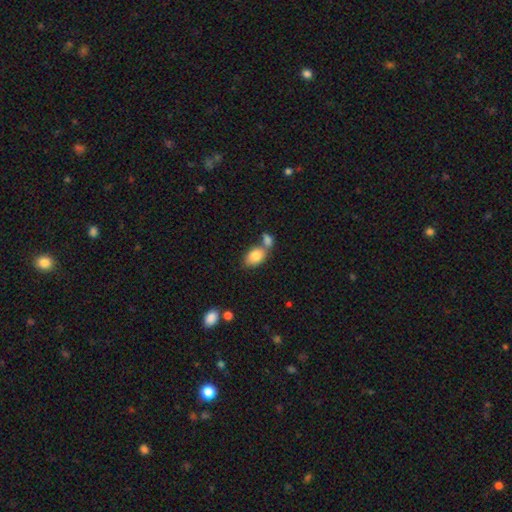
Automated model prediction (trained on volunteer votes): The model was most divided on "merging": none: 43%, merger: 42%, minor disturbance: 11%, major disturbance: 4%. More confident: how rounded — in between (86%); smooth or featured — smooth (83%).